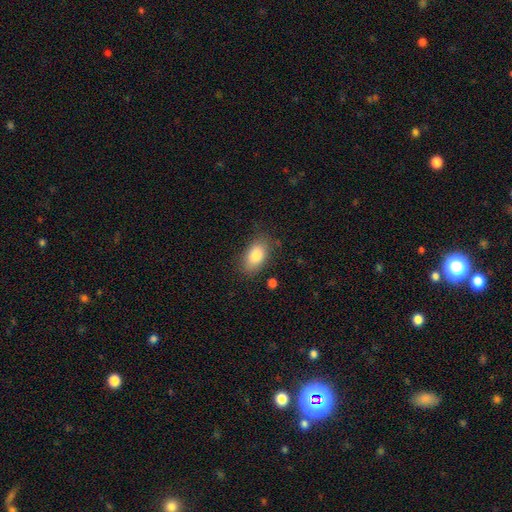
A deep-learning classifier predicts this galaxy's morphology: Q: Smooth or featured?
A: smooth (83%); runner-up: featured or disk (9%)
Q: How rounded?
A: in between (91%); runner-up: round (6%)
Q: Merging?
A: none (79%); runner-up: minor disturbance (15%)